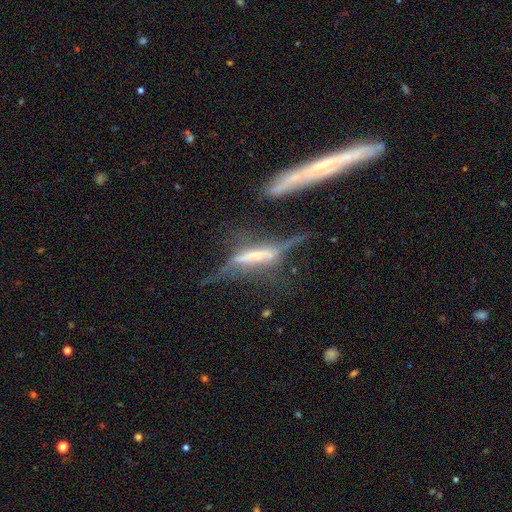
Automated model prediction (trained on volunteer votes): The model was most divided on "merging": major disturbance: 32%, none: 29%, minor disturbance: 20%, merger: 19%. More confident: edge-on disk — yes (72%); smooth or featured — featured or disk (68%).